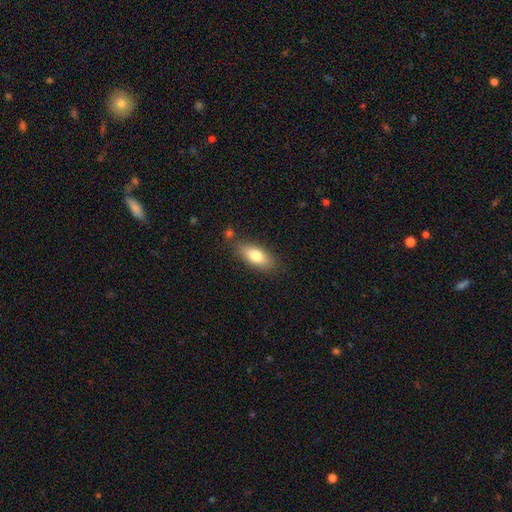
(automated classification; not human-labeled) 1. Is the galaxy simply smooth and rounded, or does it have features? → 77% smooth, 16% featured or disk, 7% star or artifact.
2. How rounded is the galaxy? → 83% in between, 14% cigar-shaped, 4% round.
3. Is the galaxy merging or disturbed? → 77% none, 15% minor disturbance, 5% merger, 4% major disturbance.